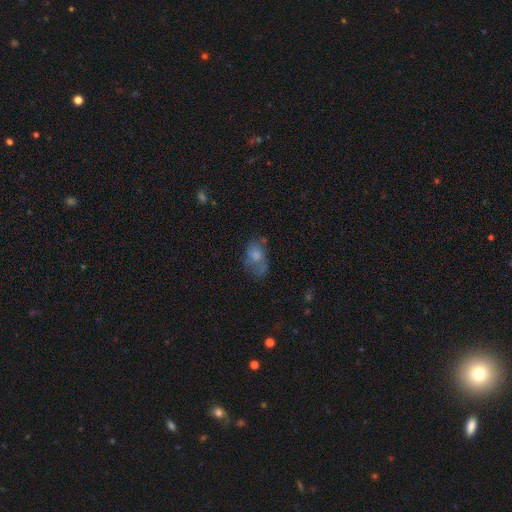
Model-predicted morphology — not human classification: Smooth or featured? Predicted: smooth (p=0.60). How rounded? Predicted: in between (p=0.84). Merging? Predicted: none (p=0.43).